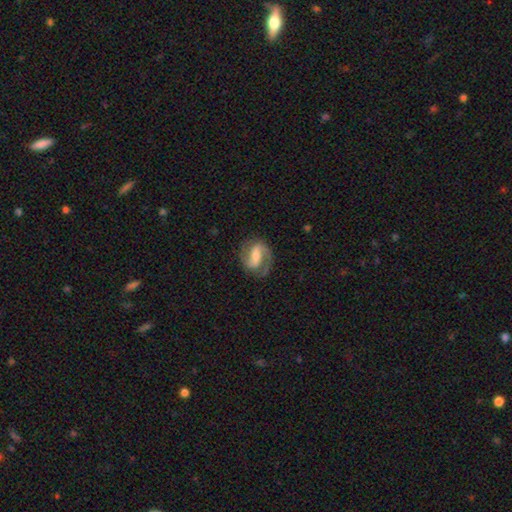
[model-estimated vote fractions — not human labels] Smooth or featured? Predicted: featured or disk (p=0.85). Edge-on disk? Predicted: no (p=0.98). Bar? Predicted: strong (p=0.45). Spiral arms? Predicted: yes (p=0.96). Spiral winding? Predicted: medium (p=0.54). Spiral arm count? Predicted: 2 (p=0.91). Bulge size? Predicted: moderate (p=0.45). Merging? Predicted: none (p=0.81).